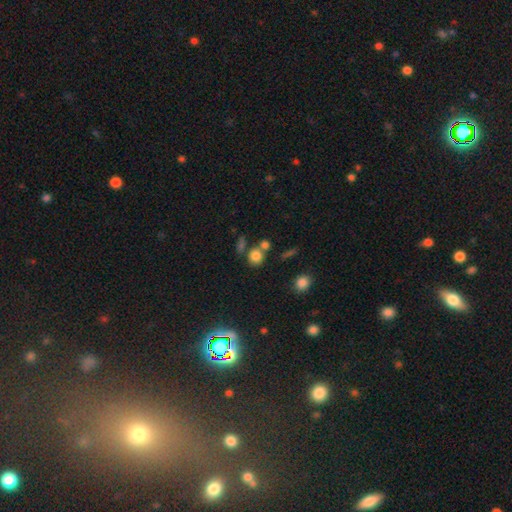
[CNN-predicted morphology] This is likely a smooth galaxy (78%). How rounded: clearly round (81%). Merging: possibly none (58%).